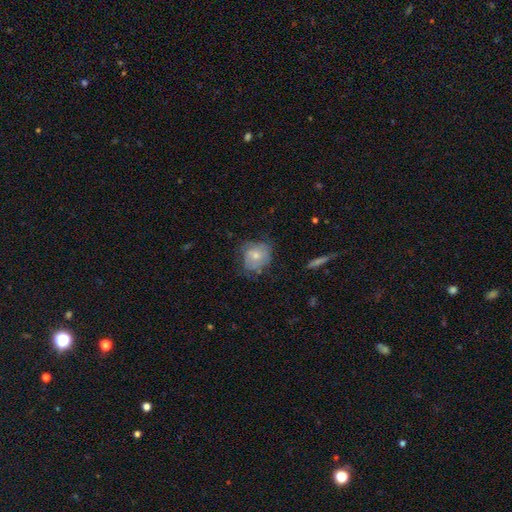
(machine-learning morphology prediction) smooth-or-featured: smooth: 58% | featured or disk: 34% | star or artifact: 8%
  how-rounded: round: 66% | in between: 33% | cigar-shaped: 1%
  merging: none: 51% | minor disturbance: 31% | major disturbance: 16% | merger: 2%